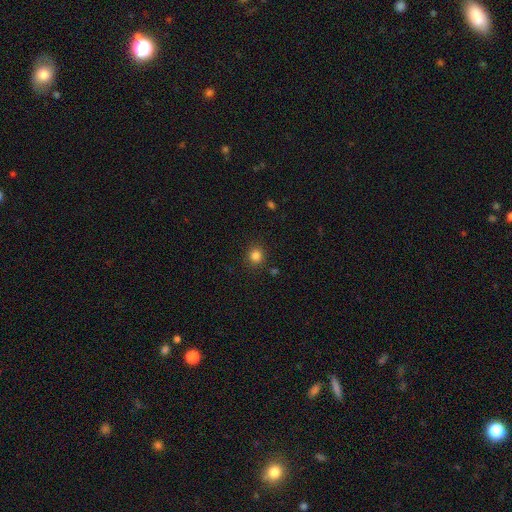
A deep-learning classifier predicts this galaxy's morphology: smooth 83%, star or artifact 13%, featured or disk 4%. Down the decision tree: how rounded — round (86%); merging — none (87%).